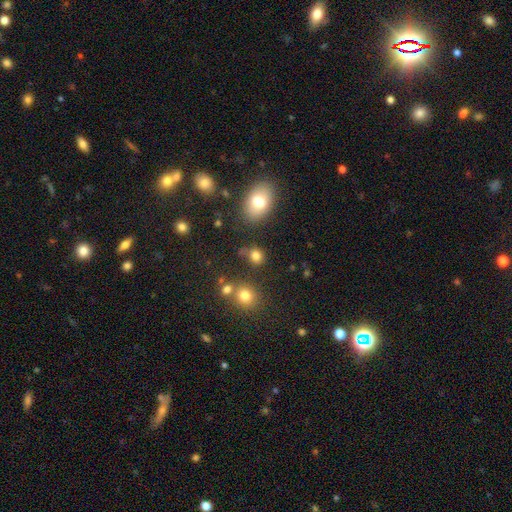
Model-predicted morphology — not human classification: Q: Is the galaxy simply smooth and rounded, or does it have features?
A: smooth — 79%.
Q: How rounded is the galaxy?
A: round — 64%.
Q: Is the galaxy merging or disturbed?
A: none — 68%.